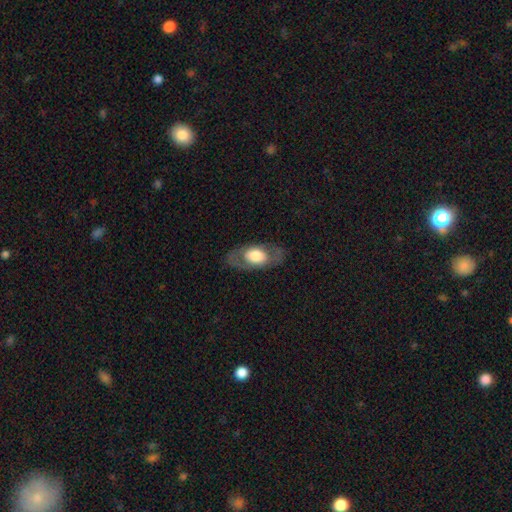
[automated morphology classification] A smooth galaxy with no disk features (50%).

Vote fractions:
- Smooth or featured? smooth: 50% / featured or disk: 44% / star or artifact: 6%
- Merging? none: 79% / minor disturbance: 13% / major disturbance: 7% / merger: 1%